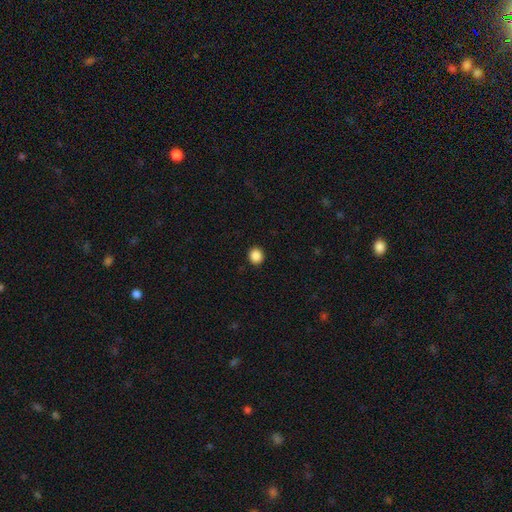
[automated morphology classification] This is clearly a smooth galaxy (88%). How rounded: clearly round (88%). Merging: clearly none (93%).